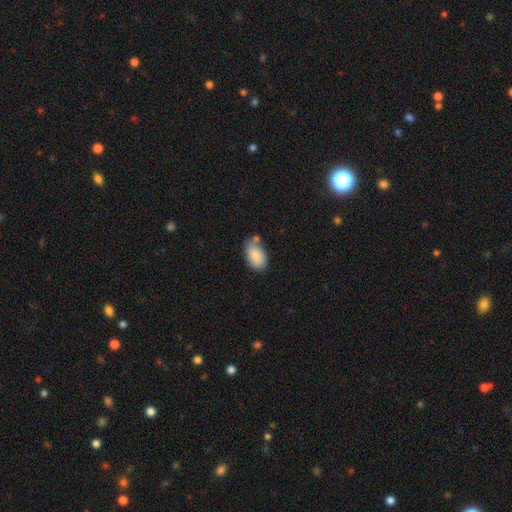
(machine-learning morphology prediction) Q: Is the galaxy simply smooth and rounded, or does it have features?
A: smooth — 85%.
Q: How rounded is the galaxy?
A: in between — 93%.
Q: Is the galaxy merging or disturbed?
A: none — 63%.